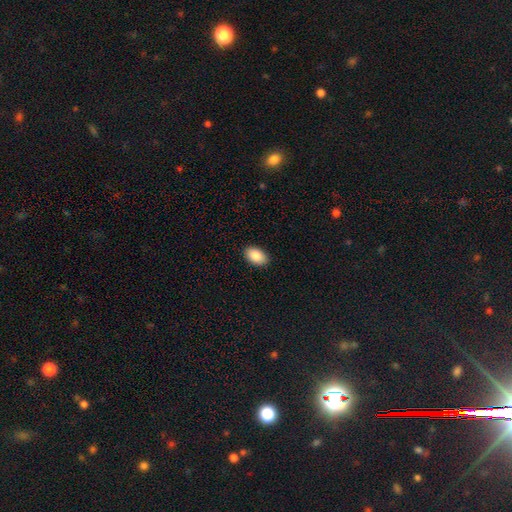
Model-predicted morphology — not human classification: A smooth galaxy with no disk features (89%) that is in between round and cigar-shaped (93%). Merging: none (89%).